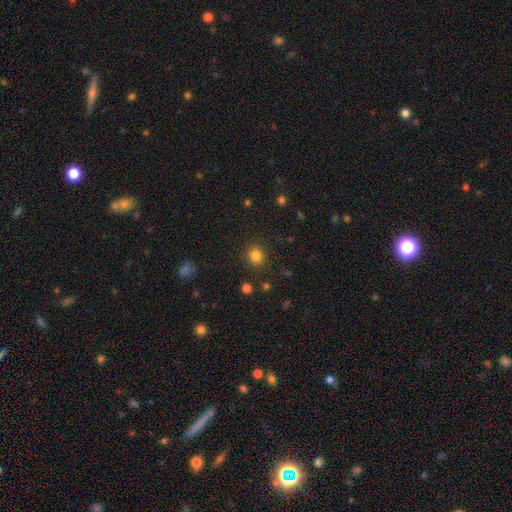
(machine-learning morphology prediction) smooth_or_featured: smooth (p=0.83) [alt: star or artifact p=0.13]
how_rounded: round (p=0.85) [alt: in between p=0.14]
merging: none (p=0.89) [alt: minor disturbance p=0.07]